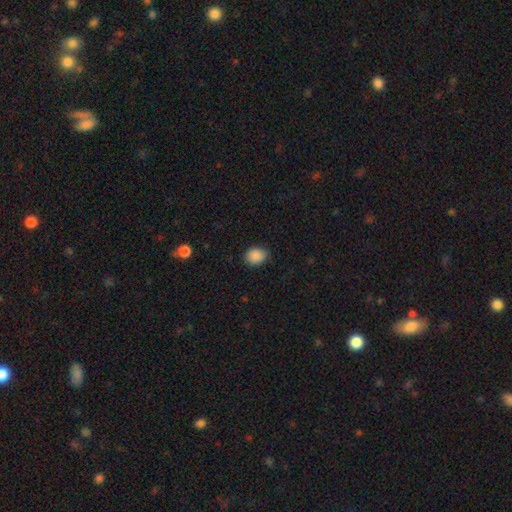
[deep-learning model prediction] This appears to be a smooth galaxy with no disk features (89%) that is in between round and cigar-shaped (51%). Merging: none (83%).